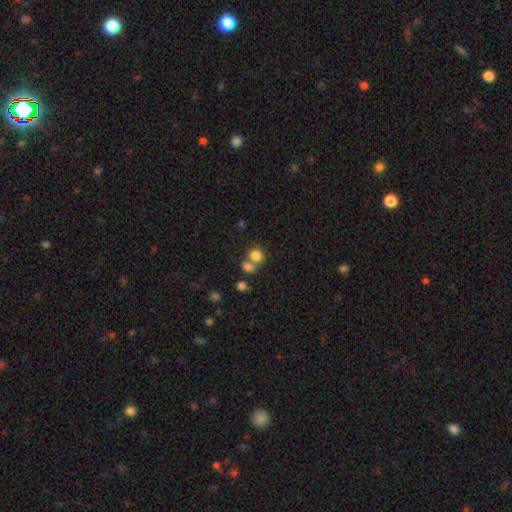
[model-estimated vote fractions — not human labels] smooth_or_featured: smooth (p=0.80) [alt: star or artifact p=0.12]
how_rounded: round (p=0.81) [alt: in between p=0.18]
merging: none (p=0.47) [alt: merger p=0.41]